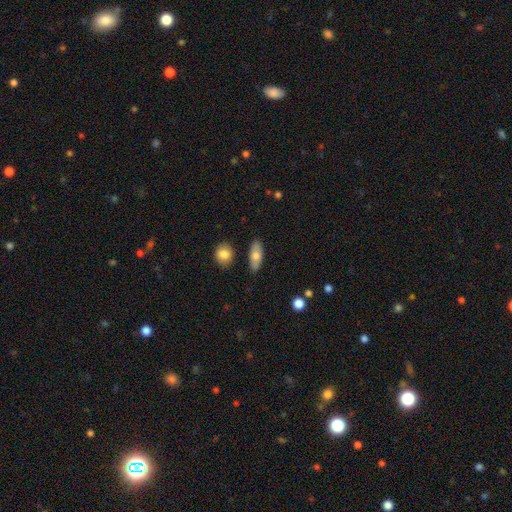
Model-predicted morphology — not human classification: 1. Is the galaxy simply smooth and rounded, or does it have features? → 72% smooth, 22% featured or disk, 6% star or artifact.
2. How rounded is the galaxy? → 76% in between, 20% cigar-shaped, 4% round.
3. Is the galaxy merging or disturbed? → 83% none, 11% minor disturbance, 3% merger, 2% major disturbance.